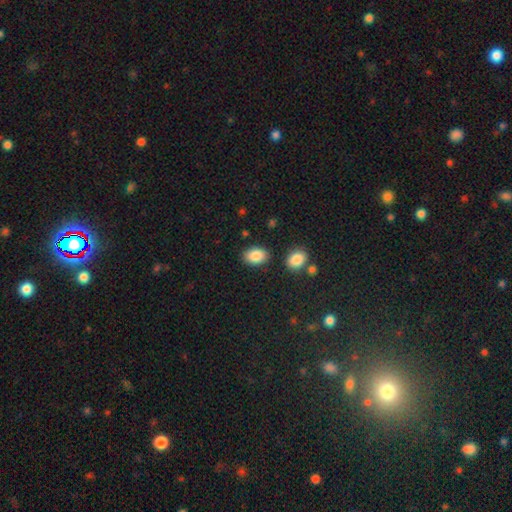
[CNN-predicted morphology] Smooth or featured? Predicted: smooth (p=0.88). How rounded? Predicted: in between (p=0.84). Merging? Predicted: none (p=0.83).